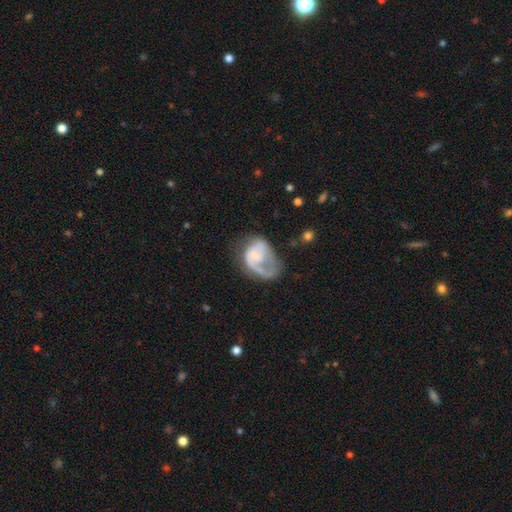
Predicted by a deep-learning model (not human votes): A featured or disk galaxy (60%) with no bar (71%), spiral arms (71%) and no central bulge (39%). Merging: major disturbance (46%).